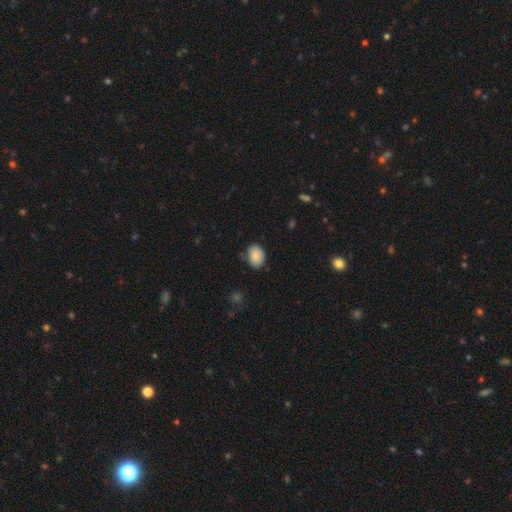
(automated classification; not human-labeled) smooth 86%, star or artifact 7%, featured or disk 6%. Down the decision tree: how rounded — in between (77%); merging — none (75%).